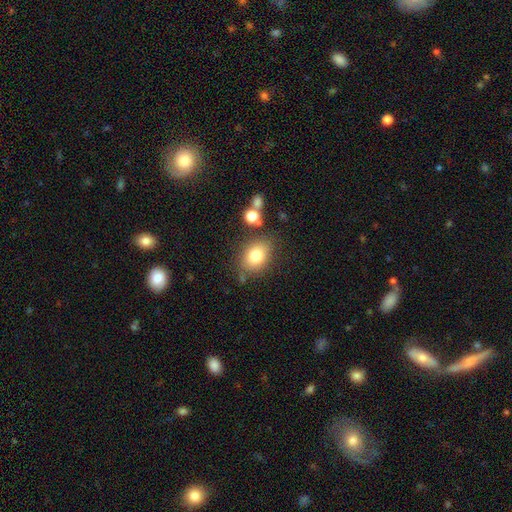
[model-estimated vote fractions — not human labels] smooth-or-featured: smooth: 79% | featured or disk: 11% | star or artifact: 10%
  how-rounded: in between: 67% | round: 32% | cigar-shaped: 1%
  merging: none: 73% | minor disturbance: 15% | merger: 7% | major disturbance: 5%